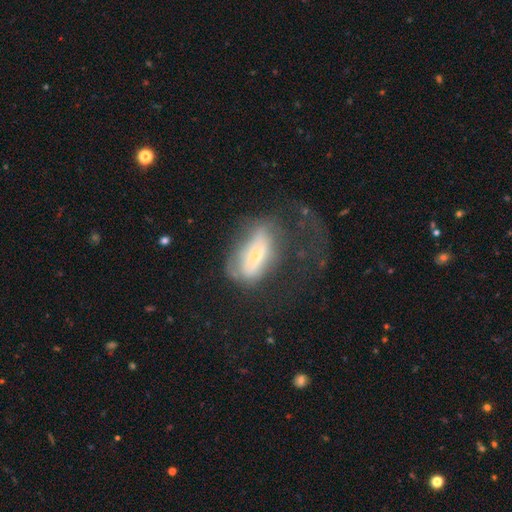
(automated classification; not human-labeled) smooth-or-featured: featured or disk: 49% | smooth: 41% | star or artifact: 9%
  merging: major disturbance: 55% | none: 22% | minor disturbance: 18% | merger: 4%